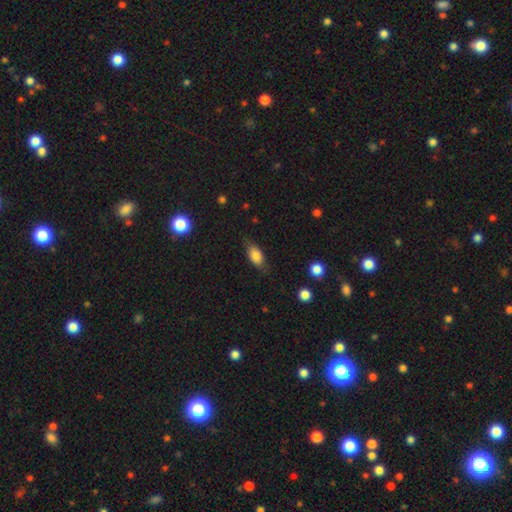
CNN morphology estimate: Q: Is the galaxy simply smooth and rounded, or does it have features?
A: smooth — 79%.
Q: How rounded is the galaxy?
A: in between — 84%.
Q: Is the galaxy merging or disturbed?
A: none — 72%.